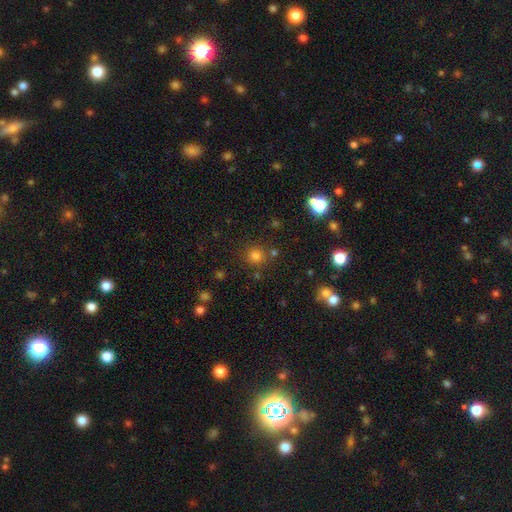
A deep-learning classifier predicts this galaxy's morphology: Overall: smooth (76%). How rounded: round (92%). Merging: none (81%).